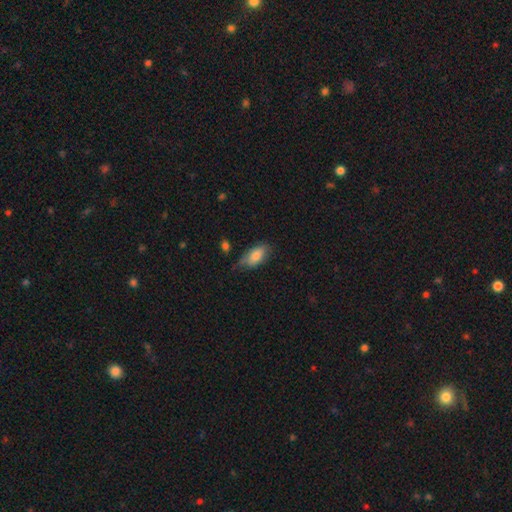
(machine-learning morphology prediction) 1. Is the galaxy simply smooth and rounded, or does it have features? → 78% smooth, 15% featured or disk, 7% star or artifact.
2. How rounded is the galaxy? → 90% in between, 7% cigar-shaped, 4% round.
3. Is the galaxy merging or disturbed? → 60% none, 31% minor disturbance, 7% major disturbance, 3% merger.